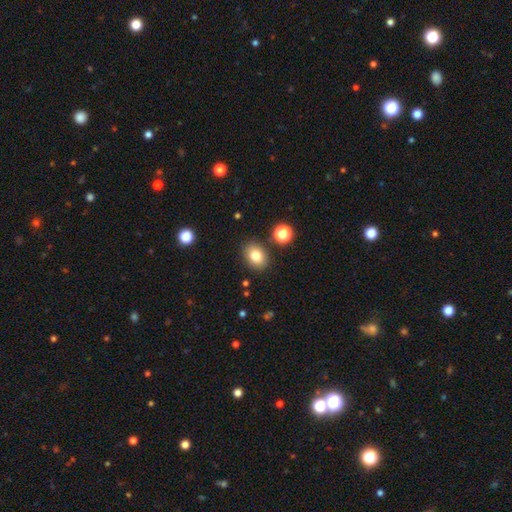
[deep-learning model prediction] Morphology: type=smooth (80%); roundness=in between (66%); merging=none (83%).